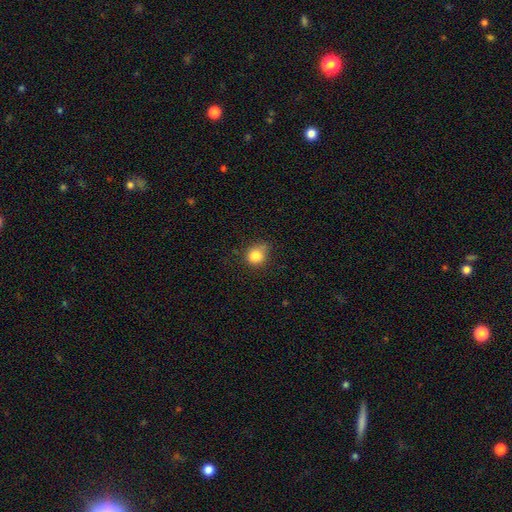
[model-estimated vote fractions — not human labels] smooth 83%, star or artifact 11%, featured or disk 6%. Down the decision tree: how rounded — round (75%); merging — none (59%).